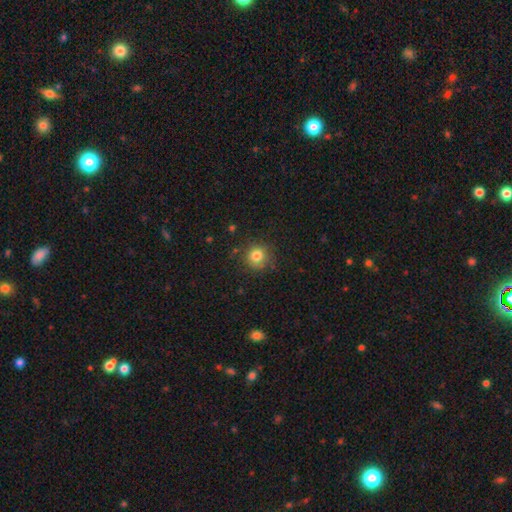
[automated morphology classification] Smooth or featured? Predicted: smooth (p=0.81). How rounded? Predicted: round (p=0.90). Merging? Predicted: none (p=0.81).